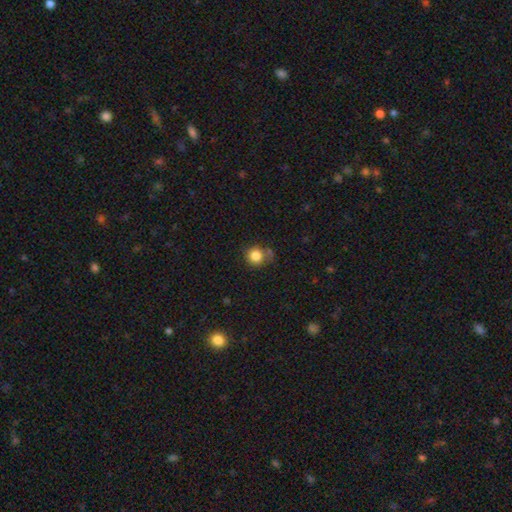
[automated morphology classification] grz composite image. It shows a smooth galaxy with no disk features (84%) that is round (89%). Merging: none (66%).